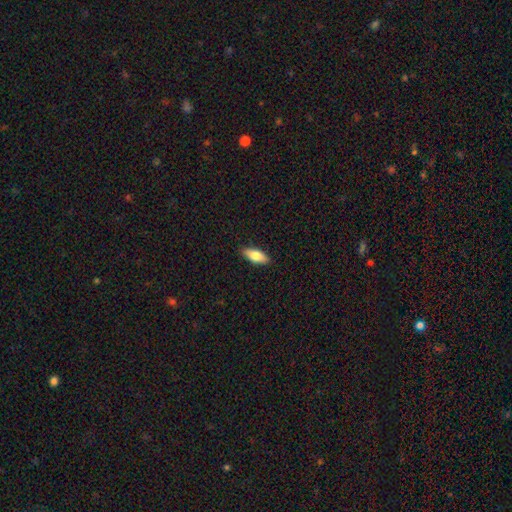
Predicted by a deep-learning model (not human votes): Morphology: type=smooth (78%); roundness=in between (81%); merging=none (89%).